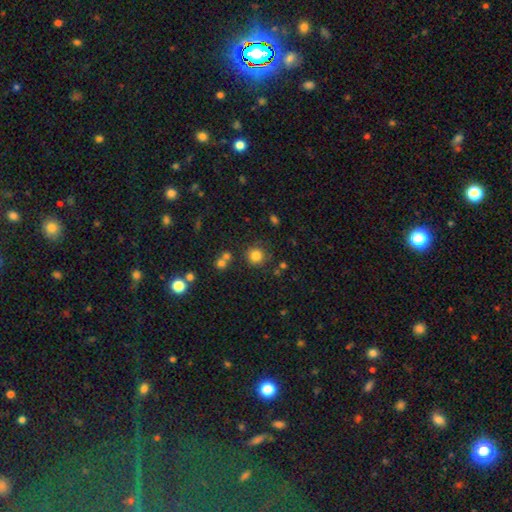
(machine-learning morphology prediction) This appears to be a smooth galaxy with no disk features (80%) that is round (92%). Merging: none (79%).